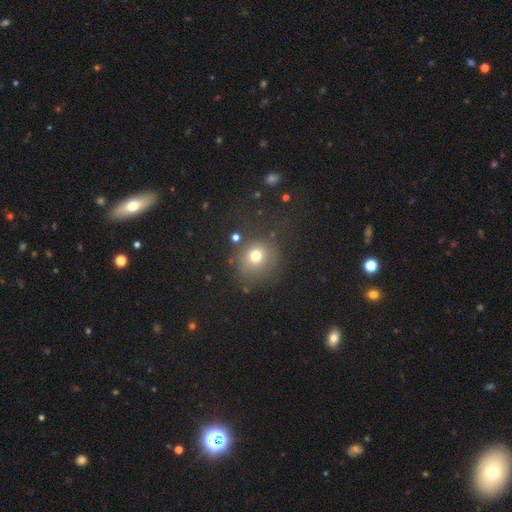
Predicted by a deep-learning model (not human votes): Morphology: type=smooth (74%); roundness=round (81%); merging=none (70%).